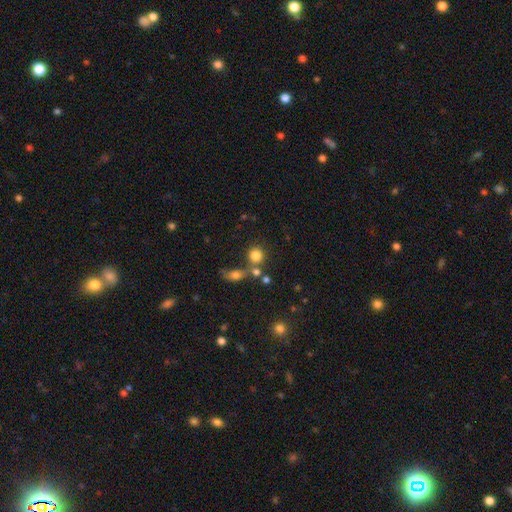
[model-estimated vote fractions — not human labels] This appears to be a smooth galaxy with no disk features (79%) that is round (85%). Merging: none (57%).